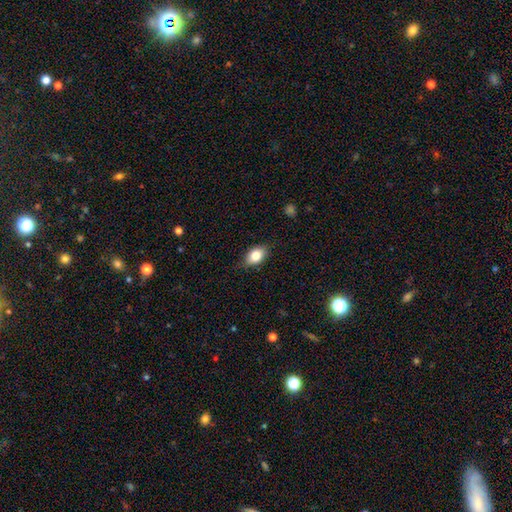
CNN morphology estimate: Q: Smooth or featured?
A: smooth (81%); runner-up: featured or disk (11%)
Q: How rounded?
A: in between (82%); runner-up: round (15%)
Q: Merging?
A: none (80%); runner-up: minor disturbance (16%)